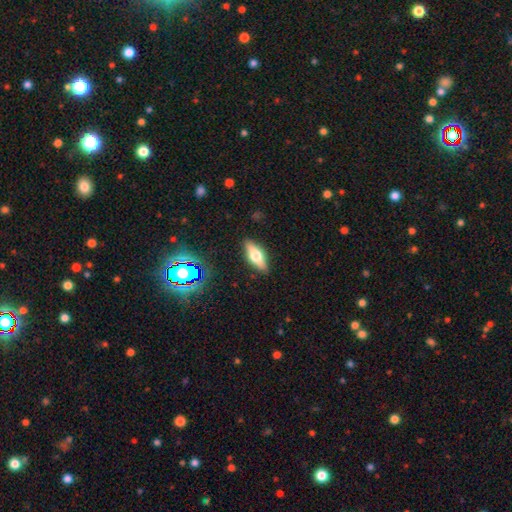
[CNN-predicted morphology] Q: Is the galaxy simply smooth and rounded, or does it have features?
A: smooth — 48%.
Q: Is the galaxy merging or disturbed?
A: none — 88%.